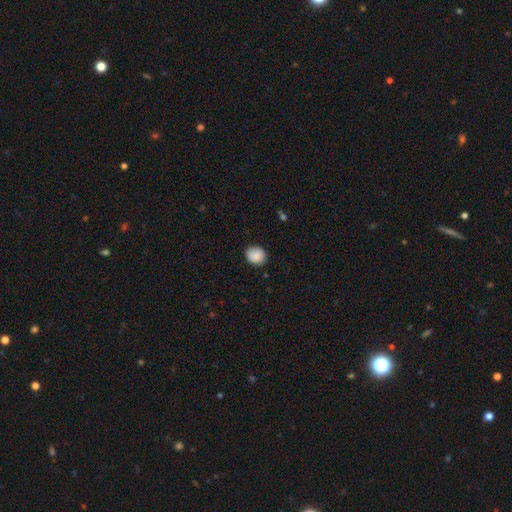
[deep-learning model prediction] Smooth or featured?
  - smooth: 87% *
  - star or artifact: 8%
  - featured or disk: 5%
How rounded?
  - round: 75% *
  - in between: 24%
  - cigar-shaped: 1%
Merging?
  - none: 86% *
  - minor disturbance: 11%
  - major disturbance: 2%
  - merger: 1%